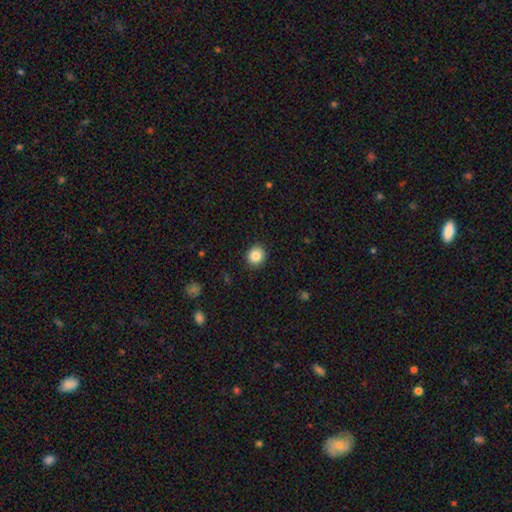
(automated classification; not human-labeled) Q: Smooth or featured?
A: smooth (85%); runner-up: star or artifact (9%)
Q: How rounded?
A: round (85%); runner-up: in between (14%)
Q: Merging?
A: none (91%); runner-up: minor disturbance (6%)